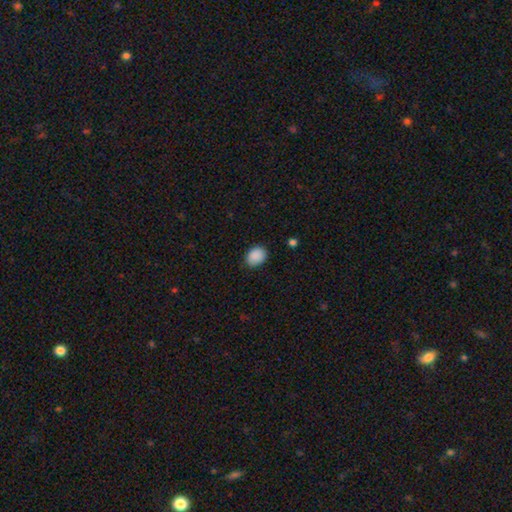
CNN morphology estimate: The model was most divided on "how rounded": in between: 62%, round: 37%, cigar-shaped: 1%. More confident: smooth or featured — smooth (89%); merging — none (82%).